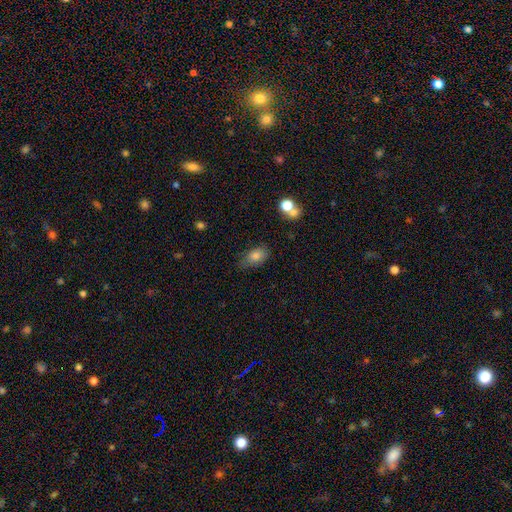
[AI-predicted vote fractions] Q: Smooth or featured?
A: smooth (80%); runner-up: featured or disk (11%)
Q: How rounded?
A: in between (87%); runner-up: round (10%)
Q: Merging?
A: none (66%); runner-up: minor disturbance (24%)